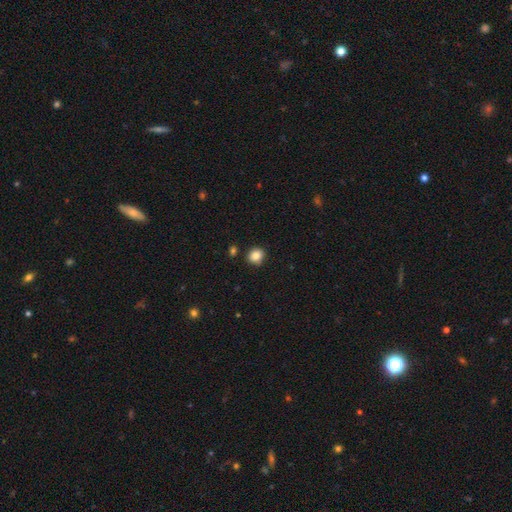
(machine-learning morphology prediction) Overall: smooth (86%). How rounded: round (78%). Merging: none (87%).